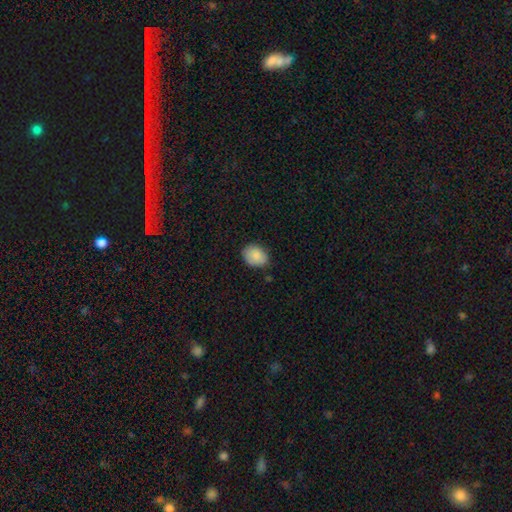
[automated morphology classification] smooth_or_featured: smooth (p=0.87) [alt: star or artifact p=0.07]
how_rounded: in between (p=0.56) [alt: round p=0.43]
merging: none (p=0.78) [alt: minor disturbance p=0.18]